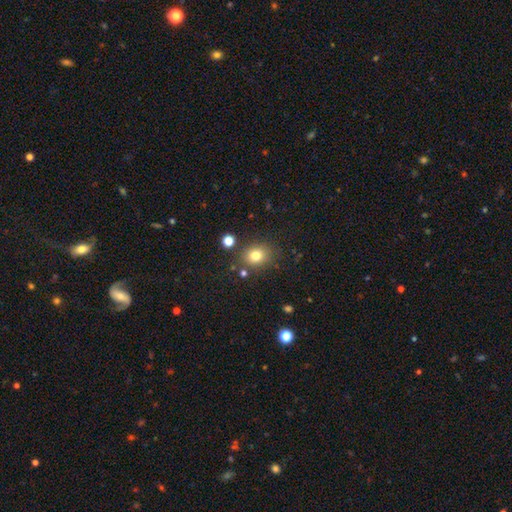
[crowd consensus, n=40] smooth_or_featured: smooth (p=0.78) [alt: featured or disk p=0.12]
how_rounded: round (p=0.58) [alt: in between p=0.42]
merging: none (p=0.94) [alt: minor disturbance p=0.06]